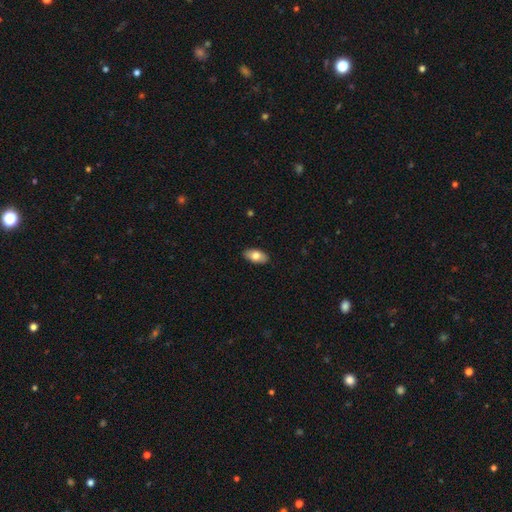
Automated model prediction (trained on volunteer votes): smooth 78%, featured or disk 16%, star or artifact 6%. Down the decision tree: how rounded — in between (93%); merging — none (89%).